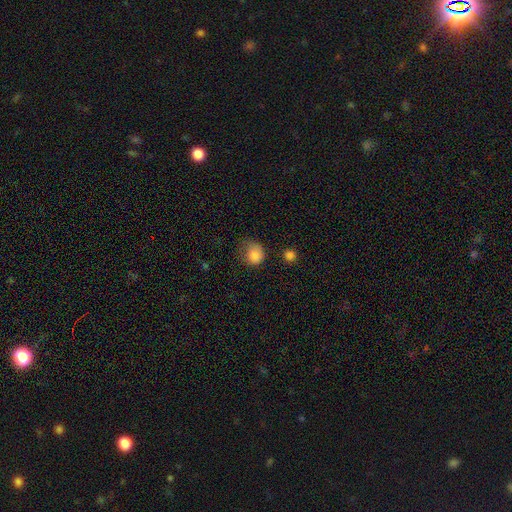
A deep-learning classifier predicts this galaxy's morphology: smooth_or_featured: smooth (p=0.84) [alt: star or artifact p=0.09]
how_rounded: round (p=0.65) [alt: in between p=0.34]
merging: none (p=0.40) [alt: minor disturbance p=0.35]